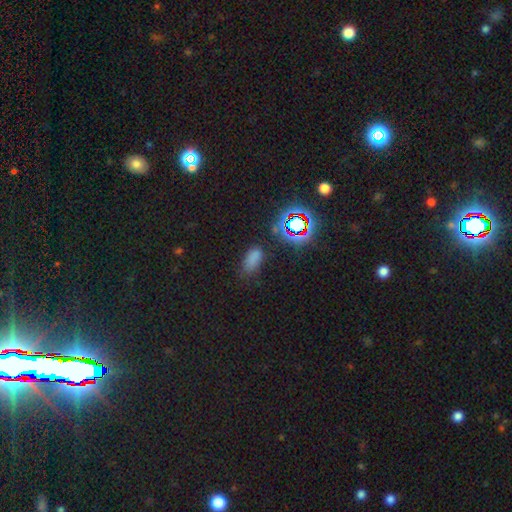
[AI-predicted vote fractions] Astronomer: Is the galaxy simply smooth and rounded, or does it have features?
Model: smooth — 62%.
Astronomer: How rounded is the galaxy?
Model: in between — 85%.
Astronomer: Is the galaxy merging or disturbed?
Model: none — 73%.